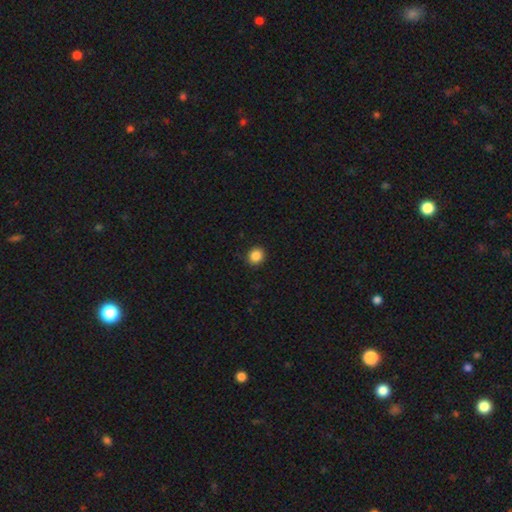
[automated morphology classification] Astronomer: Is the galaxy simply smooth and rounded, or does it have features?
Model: smooth — 86%.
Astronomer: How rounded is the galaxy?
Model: round — 83%.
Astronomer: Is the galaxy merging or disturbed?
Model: none — 90%.